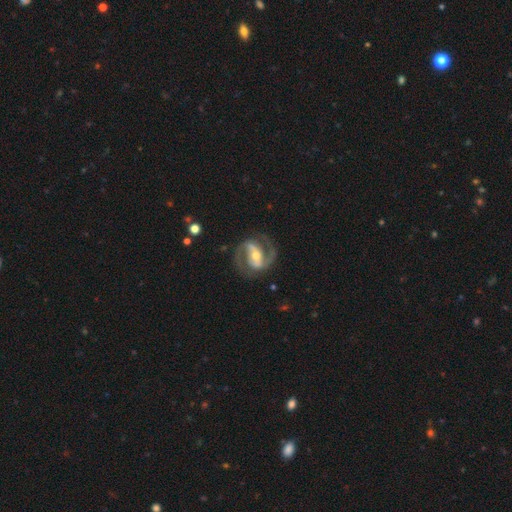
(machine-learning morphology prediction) A featured or disk galaxy (90%) with a strong bar (53%), 2 (93%) medium (59%) spiral arms (96%) and a moderate central bulge (58%). Merging: none (81%).